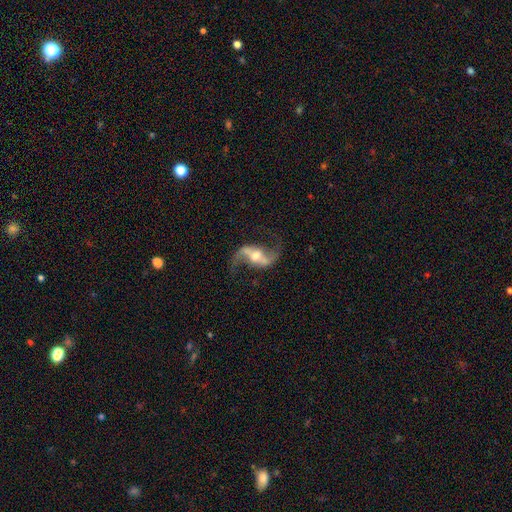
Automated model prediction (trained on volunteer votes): This is clearly a featured or disk galaxy (91%). It is clearly not viewed edge-on (96%). Bar: possibly strong (47%). Spiral arm pattern: clearly yes (97%). Spiral arm count: clearly 2 (94%). Spiral winding: likely loose (76%). Central bulge: likely moderate (60%). Merging: likely none (79%).